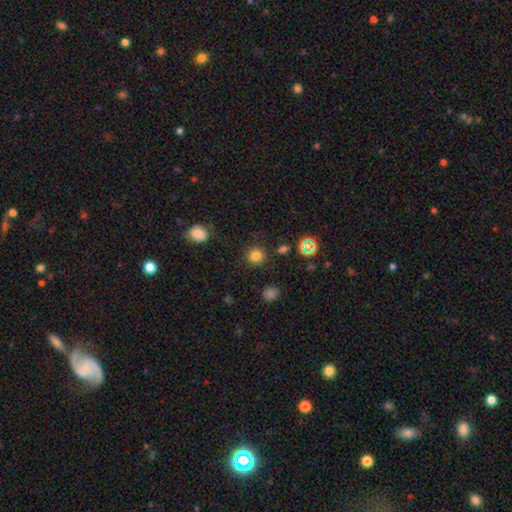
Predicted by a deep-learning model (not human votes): Smooth or featured? smooth (79%)
How rounded? round (92%)
Merging? none (87%)